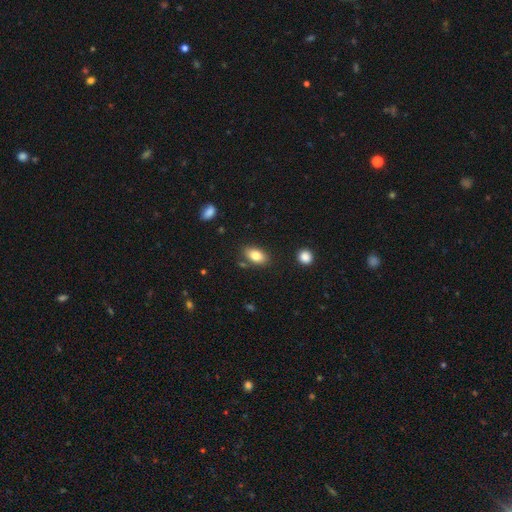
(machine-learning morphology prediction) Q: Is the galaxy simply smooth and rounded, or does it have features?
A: smooth — 82%.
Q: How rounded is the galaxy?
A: in between — 89%.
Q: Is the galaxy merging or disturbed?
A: none — 80%.